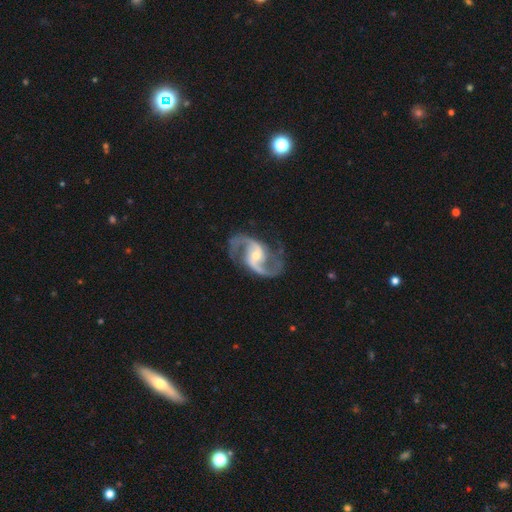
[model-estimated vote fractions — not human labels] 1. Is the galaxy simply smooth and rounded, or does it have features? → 94% featured or disk, 4% star or artifact, 3% smooth.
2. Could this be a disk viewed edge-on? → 98% no, 2% yes.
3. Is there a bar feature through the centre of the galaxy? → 40% weak, 37% no, 22% strong.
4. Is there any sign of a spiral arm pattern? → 98% yes, 2% no.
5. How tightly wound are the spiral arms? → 53% medium, 38% loose, 9% tight.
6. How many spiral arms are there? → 94% 2, 1% can't tell, 1% 3, 1% 1, 1% 4, 1% more than 4.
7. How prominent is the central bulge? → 50% moderate, 45% small, 3% large, 1% none, 1% dominant.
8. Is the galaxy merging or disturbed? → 80% none, 12% minor disturbance, 6% major disturbance, 2% merger.